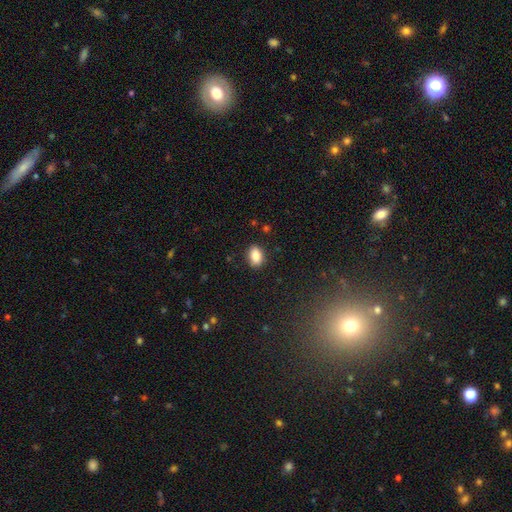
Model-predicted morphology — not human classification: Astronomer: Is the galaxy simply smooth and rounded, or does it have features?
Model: smooth — 87%.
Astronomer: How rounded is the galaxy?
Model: in between — 84%.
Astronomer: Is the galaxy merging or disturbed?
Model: none — 86%.